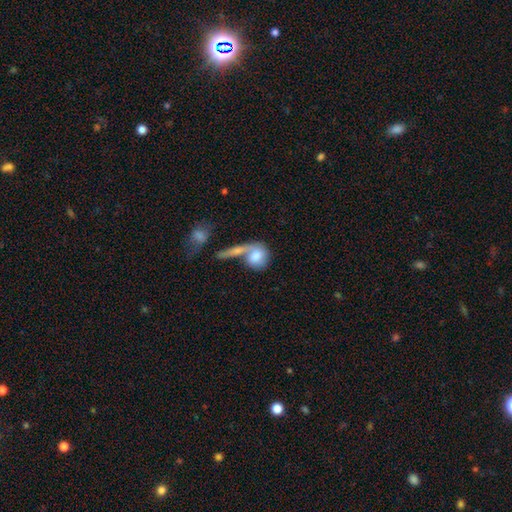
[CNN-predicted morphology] Q: Smooth or featured?
A: smooth (69%); runner-up: featured or disk (25%)
Q: How rounded?
A: round (59%); runner-up: in between (35%)
Q: Merging?
A: merger (49%); runner-up: none (27%)